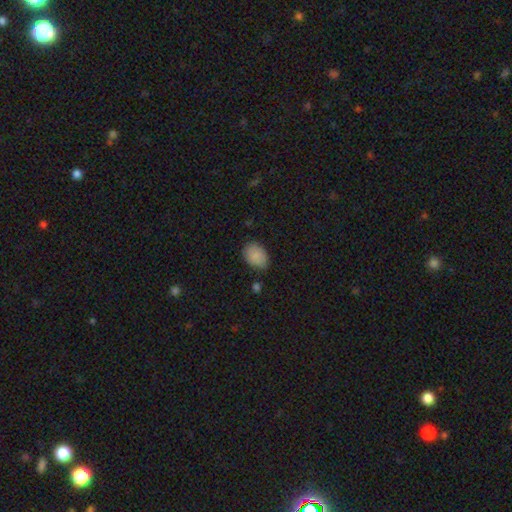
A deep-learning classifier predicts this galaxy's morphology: Smooth or featured? smooth (87%)
How rounded? in between (75%)
Merging? none (74%)